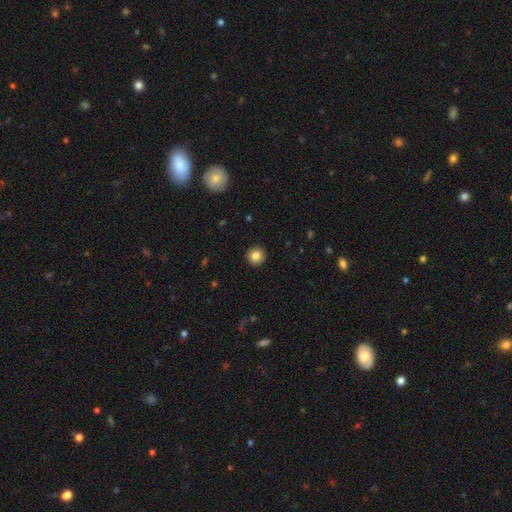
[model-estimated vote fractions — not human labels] Morphology: type=smooth (83%); roundness=round (94%); merging=none (93%).